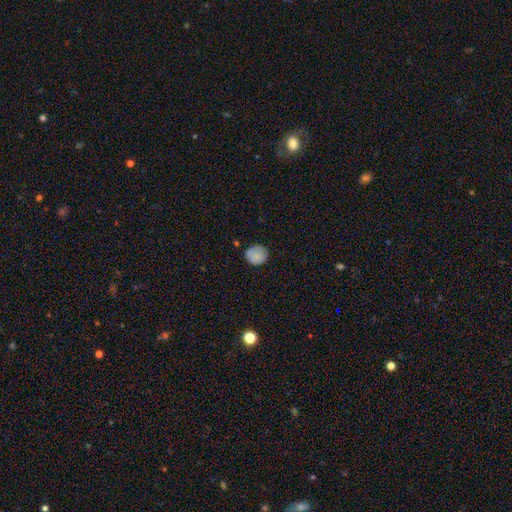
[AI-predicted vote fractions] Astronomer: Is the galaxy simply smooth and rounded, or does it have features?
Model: smooth — 77%.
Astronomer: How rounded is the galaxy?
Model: round — 82%.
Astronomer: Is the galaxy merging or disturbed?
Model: none — 73%.